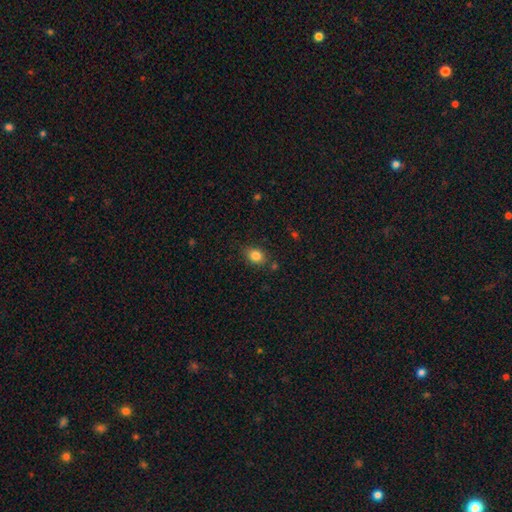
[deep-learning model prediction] A smooth galaxy with no disk features (84%) that is in between round and cigar-shaped (59%). Merging: none (80%).